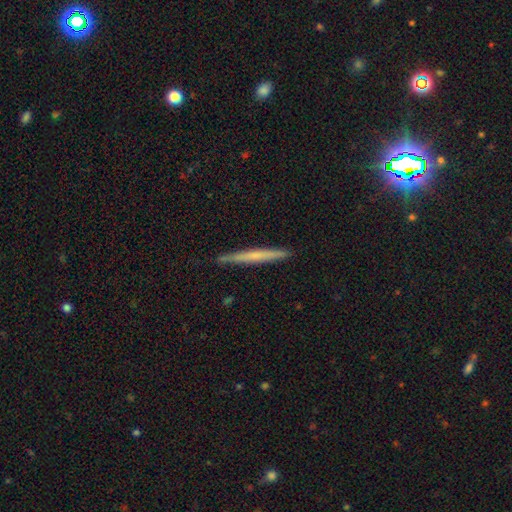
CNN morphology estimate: A smooth galaxy with no disk features (48%).

Vote fractions:
- Smooth or featured? smooth: 48% / featured or disk: 46% / star or artifact: 6%
- Merging? none: 90% / minor disturbance: 7% / major disturbance: 1% / merger: 1%